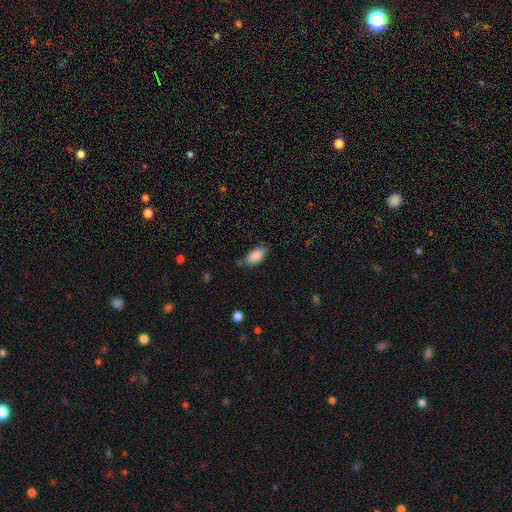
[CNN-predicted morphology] smooth-or-featured: smooth: 88% | star or artifact: 7% | featured or disk: 5%
  how-rounded: in between: 93% | cigar-shaped: 4% | round: 3%
  merging: none: 76% | minor disturbance: 18% | major disturbance: 4% | merger: 3%